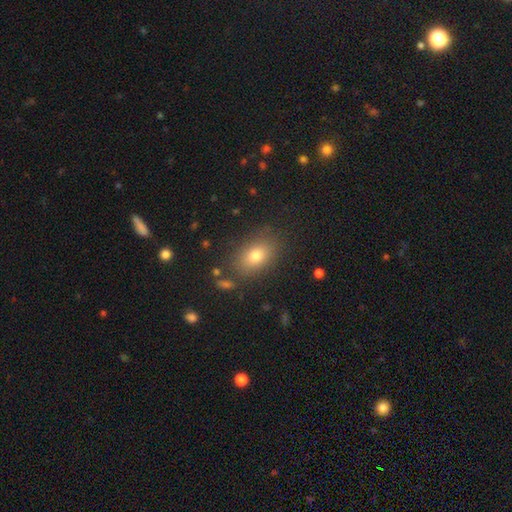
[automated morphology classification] Smooth or featured: smooth — 76% (star or artifact — 12%)
How rounded: in between — 79% (round — 20%)
Merging: none — 82% (minor disturbance — 11%)